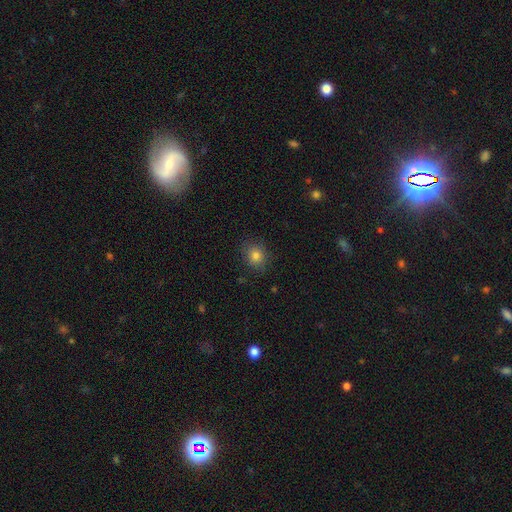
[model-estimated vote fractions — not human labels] Smooth or featured?
  - smooth: 81% *
  - star or artifact: 12%
  - featured or disk: 7%
How rounded?
  - round: 66% *
  - in between: 33%
  - cigar-shaped: 1%
Merging?
  - none: 84% *
  - minor disturbance: 12%
  - major disturbance: 3%
  - merger: 1%